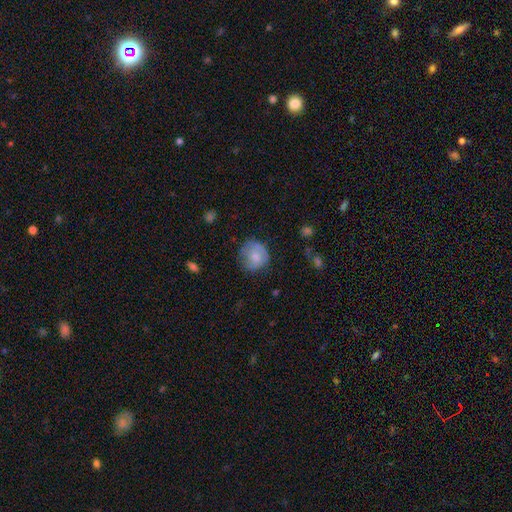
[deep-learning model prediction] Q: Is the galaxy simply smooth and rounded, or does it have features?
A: smooth — 66%.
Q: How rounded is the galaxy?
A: round — 82%.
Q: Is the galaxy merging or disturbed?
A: none — 62%.